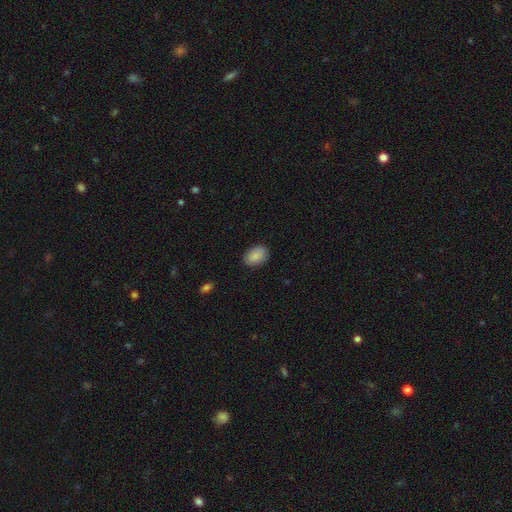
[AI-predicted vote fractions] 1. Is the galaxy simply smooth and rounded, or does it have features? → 88% smooth, 7% star or artifact, 5% featured or disk.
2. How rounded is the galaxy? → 86% in between, 13% round, 1% cigar-shaped.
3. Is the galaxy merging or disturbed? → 86% none, 11% minor disturbance, 2% major disturbance, 1% merger.